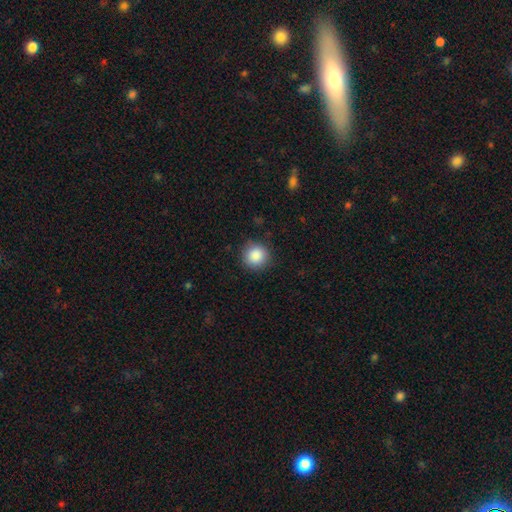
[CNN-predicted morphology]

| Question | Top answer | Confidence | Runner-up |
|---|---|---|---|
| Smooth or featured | smooth | 88% | star or artifact (9%) |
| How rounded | round | 94% | in between (5%) |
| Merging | none | 89% | minor disturbance (8%) |